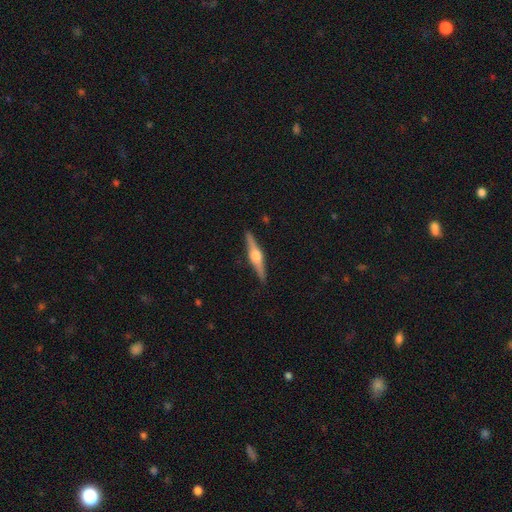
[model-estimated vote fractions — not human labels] This is clearly a featured or disk galaxy (81%). It is clearly viewed edge-on (98%). Edge-on bulge: clearly rounded (92%). Merging: clearly none (91%).